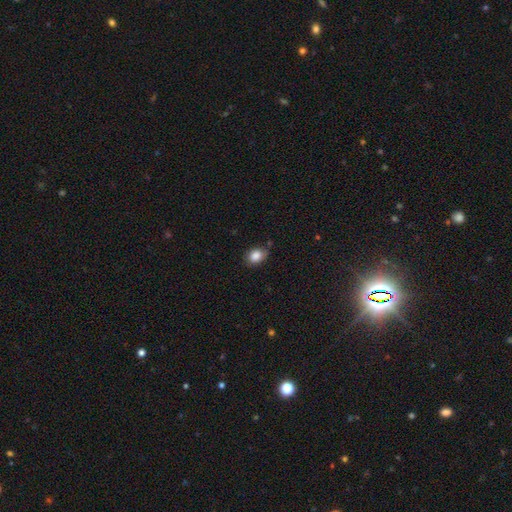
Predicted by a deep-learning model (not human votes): This is clearly a smooth galaxy (86%). How rounded: likely in between (65%). Merging: likely none (72%).